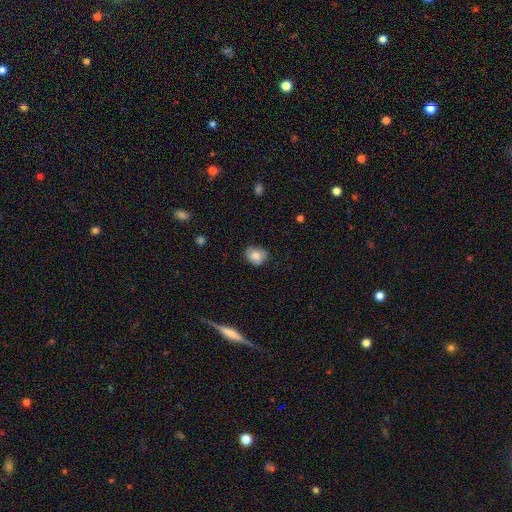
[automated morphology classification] smooth_or_featured: smooth (p=0.76) [alt: featured or disk p=0.16]
how_rounded: round (p=0.54) [alt: in between p=0.45]
merging: none (p=0.74) [alt: minor disturbance p=0.20]